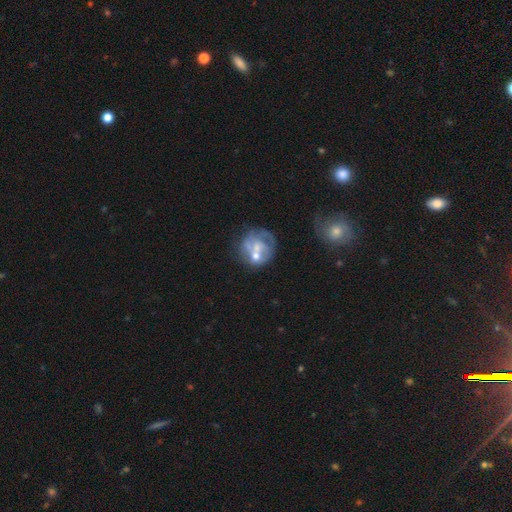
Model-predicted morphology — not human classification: A featured or disk galaxy (58%) with no bar (72%), no spiral arms (63%) and a small central bulge (39%).

Vote fractions:
- Smooth or featured? featured or disk: 58% / smooth: 31% / star or artifact: 11%
- Edge-on disk? no: 98% / yes: 2%
- Bar? no: 72% / weak: 22% / strong: 6%
- Spiral arms? no: 63% / yes: 37%
- Bulge size? small: 39% / moderate: 36% / none: 20% / large: 4% / dominant: 2%
- Merging? none: 39% / merger: 25% / major disturbance: 19% / minor disturbance: 17%